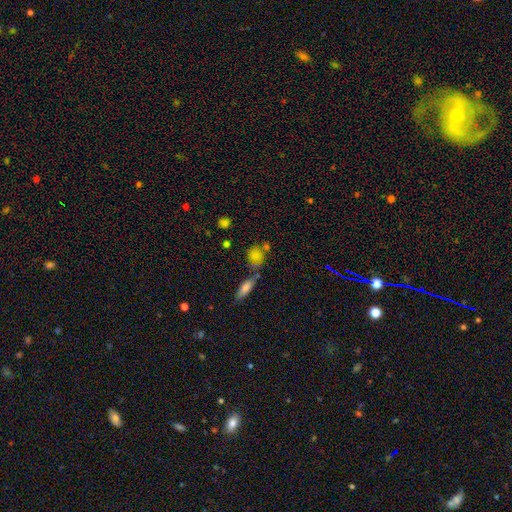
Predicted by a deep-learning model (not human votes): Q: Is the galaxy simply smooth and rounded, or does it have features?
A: smooth — 78%.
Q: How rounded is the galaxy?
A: round — 55%.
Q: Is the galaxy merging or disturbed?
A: none — 52%.